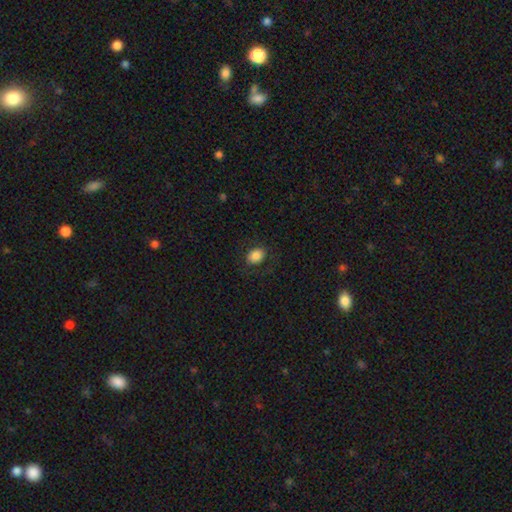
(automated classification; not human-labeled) Smooth or featured? smooth (84%)
How rounded? in between (61%)
Merging? none (83%)